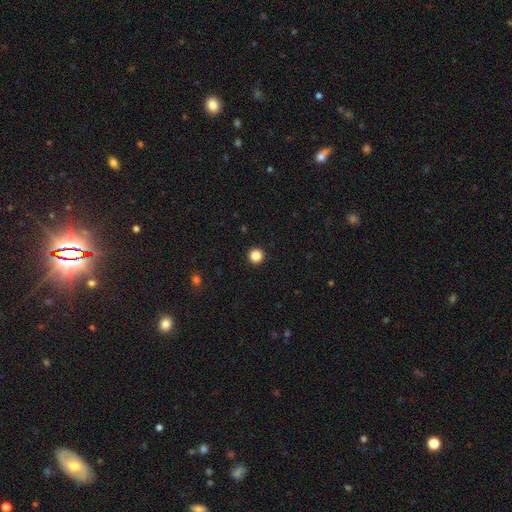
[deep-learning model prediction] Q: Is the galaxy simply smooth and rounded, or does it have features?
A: smooth — 87%.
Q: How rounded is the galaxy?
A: round — 96%.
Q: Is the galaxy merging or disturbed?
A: none — 94%.